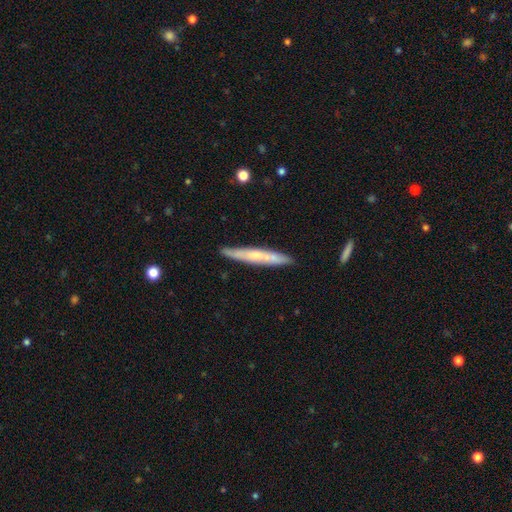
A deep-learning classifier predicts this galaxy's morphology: smooth_or_featured: featured or disk (p=0.50) [alt: smooth p=0.44]
merging: none (p=0.85) [alt: minor disturbance p=0.11]